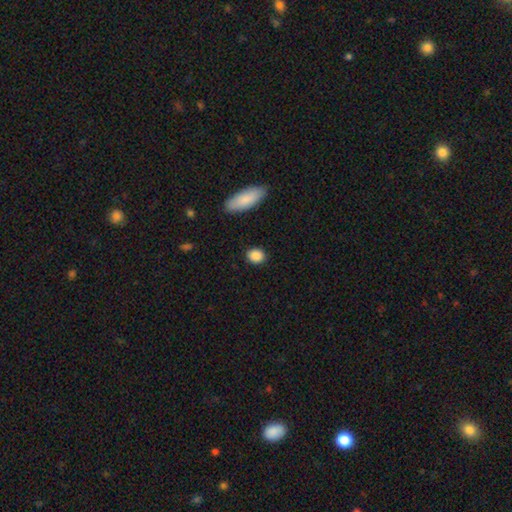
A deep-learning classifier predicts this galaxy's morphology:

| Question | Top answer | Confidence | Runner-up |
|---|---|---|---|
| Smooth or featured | smooth | 89% | star or artifact (8%) |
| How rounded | round | 57% | in between (41%) |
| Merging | none | 88% | minor disturbance (8%) |